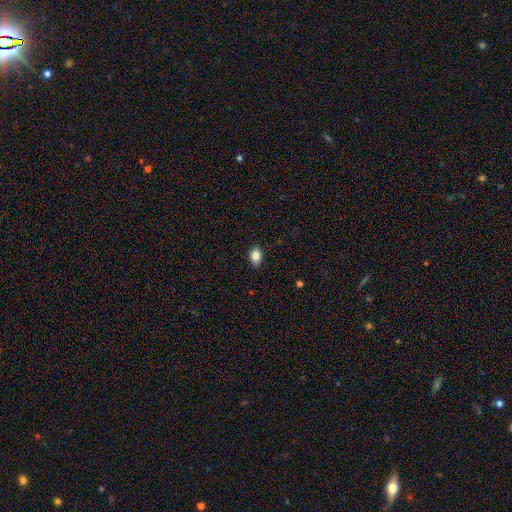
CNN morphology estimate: type=smooth (85%); roundness=in between (87%); merging=none (88%).